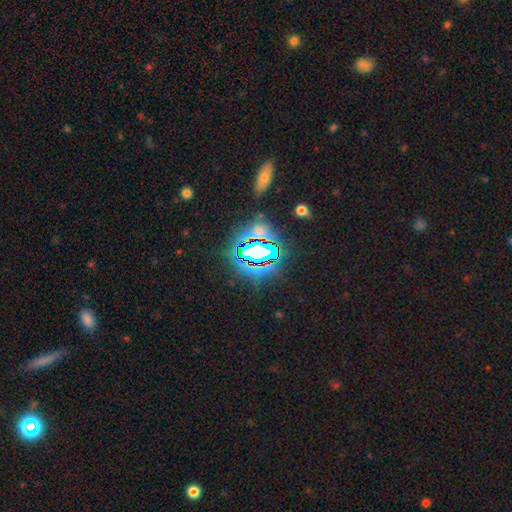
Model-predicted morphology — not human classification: A star or artifact, not a galaxy (72%).